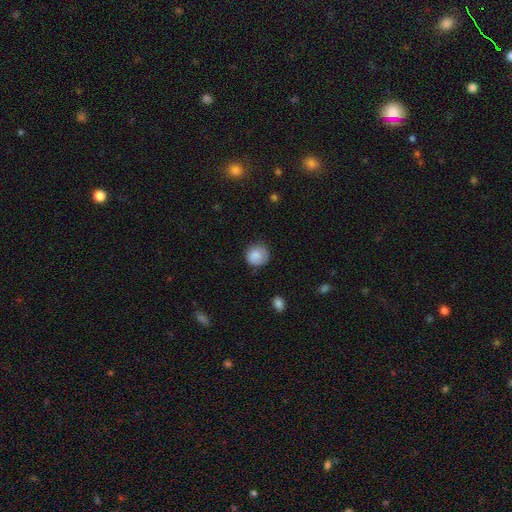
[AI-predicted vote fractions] Q: Smooth or featured?
A: smooth (85%); runner-up: star or artifact (8%)
Q: How rounded?
A: round (89%); runner-up: in between (10%)
Q: Merging?
A: none (78%); runner-up: minor disturbance (17%)